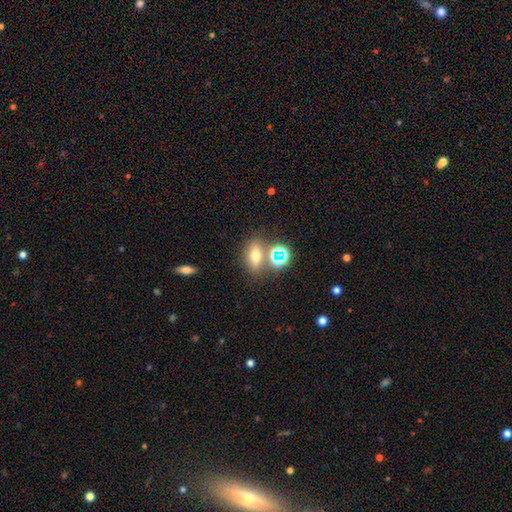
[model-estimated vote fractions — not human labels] Overall: smooth (62%; star or artifact 23%). How rounded: in between (70%). Merging: none (64%).